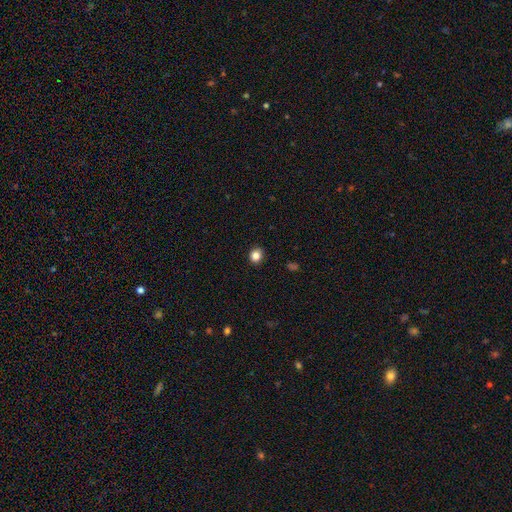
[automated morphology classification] Smooth or featured: smooth — 84% (star or artifact — 11%)
How rounded: round — 76% (in between — 24%)
Merging: none — 91% (minor disturbance — 6%)